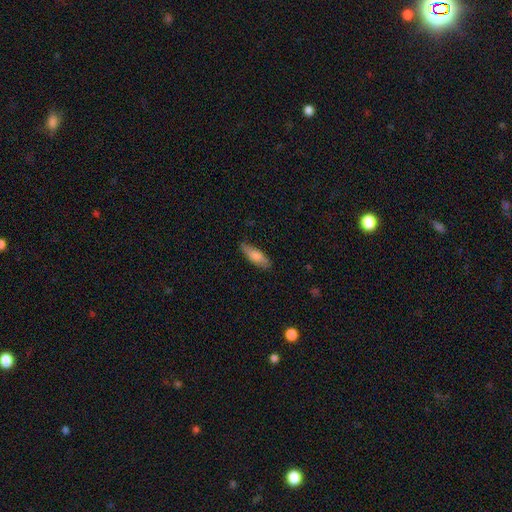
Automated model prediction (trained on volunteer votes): Smooth or featured? Predicted: smooth (p=0.79). How rounded? Predicted: in between (p=0.60). Merging? Predicted: none (p=0.78).